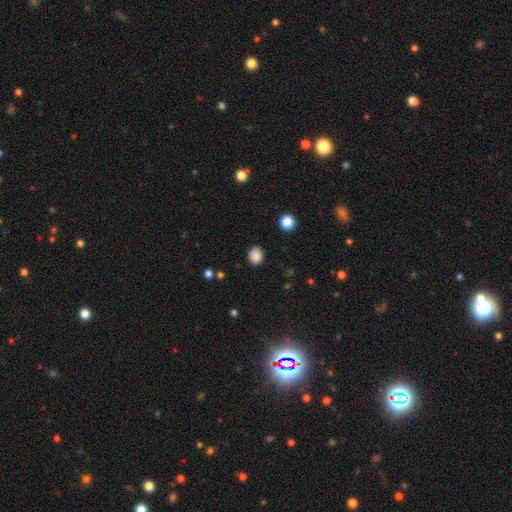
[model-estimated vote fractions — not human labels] smooth 87%, star or artifact 10%, featured or disk 3%. Down the decision tree: how rounded — round (67%); merging — none (88%).